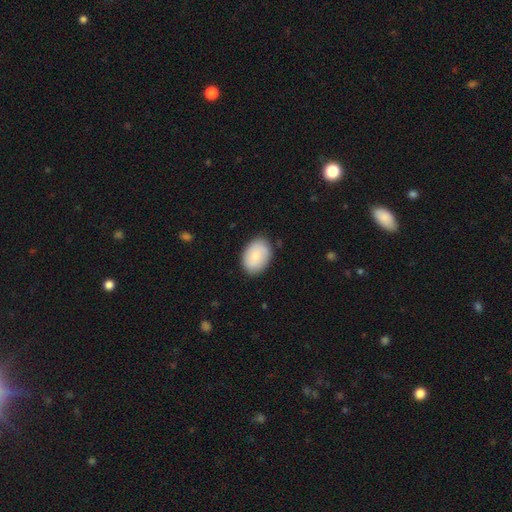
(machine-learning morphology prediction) The model was most divided on "smooth or featured": smooth: 76%, featured or disk: 18%, star or artifact: 6%. More confident: merging — none (83%); how rounded — in between (83%).